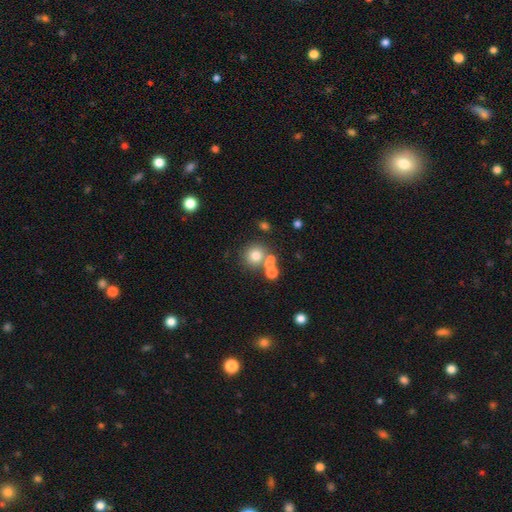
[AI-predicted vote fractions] smooth-or-featured: smooth: 72% | star or artifact: 14% | featured or disk: 14%
  how-rounded: round: 87% | in between: 12% | cigar-shaped: 1%
  merging: none: 60% | merger: 26% | minor disturbance: 9% | major disturbance: 5%